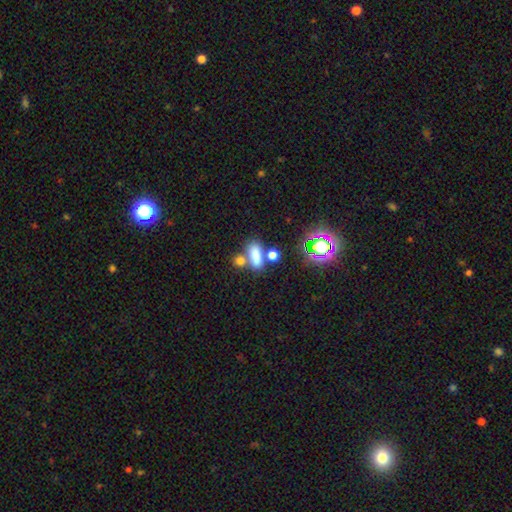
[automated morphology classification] This is likely a smooth galaxy (77%). How rounded: likely in between (77%). Merging: possibly none (51%).